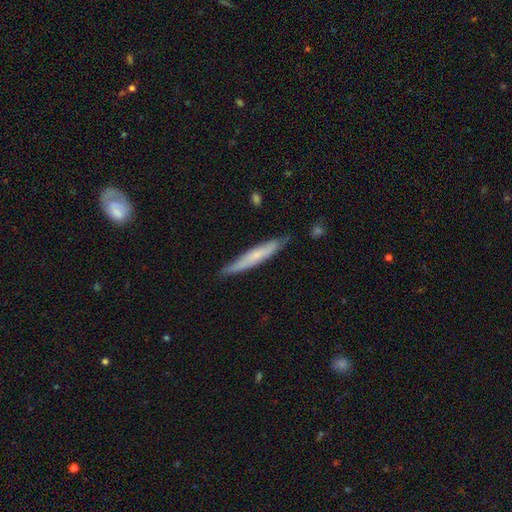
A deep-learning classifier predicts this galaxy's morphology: type=smooth (57%); roundness=cigar-shaped (93%); merging=none (81%).